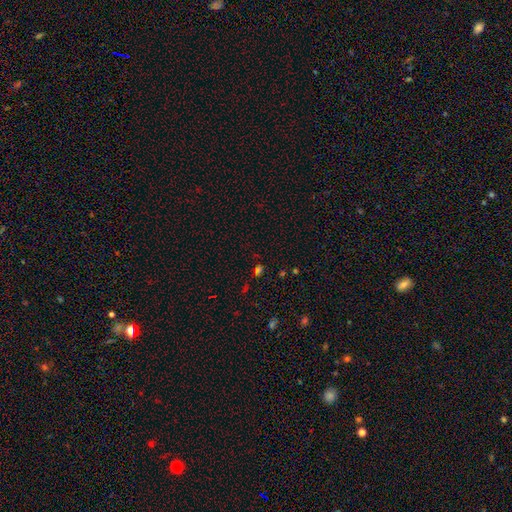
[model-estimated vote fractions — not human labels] smooth-or-featured: smooth: 49% | star or artifact: 45% | featured or disk: 7%
  merging: none: 70% | minor disturbance: 15% | merger: 9% | major disturbance: 7%